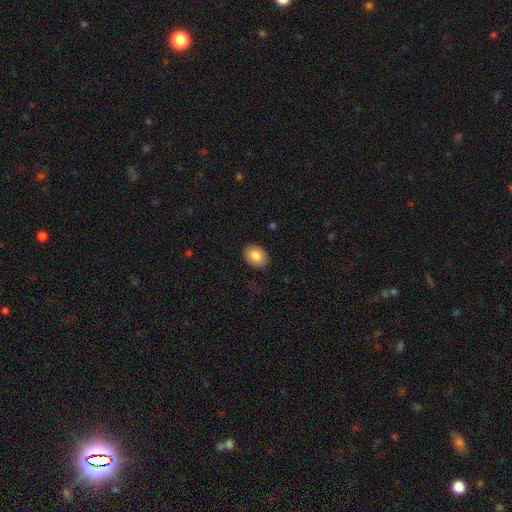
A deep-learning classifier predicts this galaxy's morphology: smooth_or_featured: smooth (p=0.84) [alt: featured or disk p=0.09]
how_rounded: in between (p=0.68) [alt: round p=0.31]
merging: none (p=0.89) [alt: minor disturbance p=0.08]